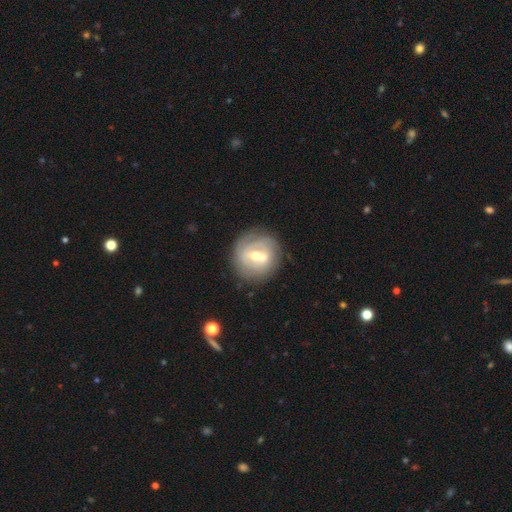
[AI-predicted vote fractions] Q: Smooth or featured?
A: featured or disk (63%); runner-up: smooth (31%)
Q: Edge-on disk?
A: no (96%); runner-up: yes (4%)
Q: Bar?
A: weak (45%); runner-up: no (33%)
Q: Spiral arms?
A: yes (50%); tied with: no (50%)
Q: Bulge size?
A: moderate (67%); runner-up: small (26%)
Q: Merging?
A: none (64%); runner-up: minor disturbance (15%)